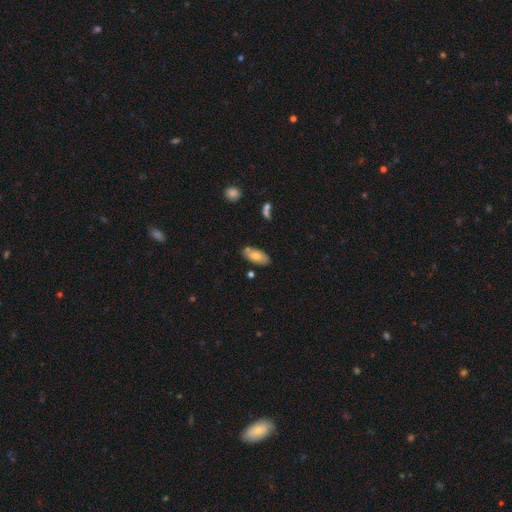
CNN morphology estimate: A smooth galaxy with no disk features (76%) that is in between round and cigar-shaped (89%). Merging: none (78%).